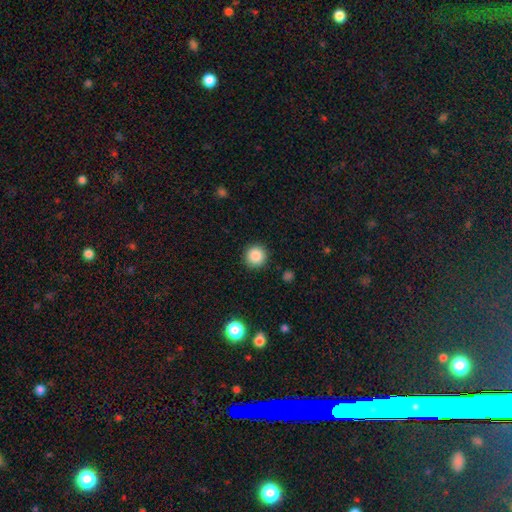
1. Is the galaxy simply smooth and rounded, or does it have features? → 87% smooth, 8% featured or disk, 5% star or artifact.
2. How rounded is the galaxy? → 100% round, 0% in between, 0% cigar-shaped.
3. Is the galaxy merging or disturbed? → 92% none, 5% major disturbance, 3% minor disturbance, 0% merger.